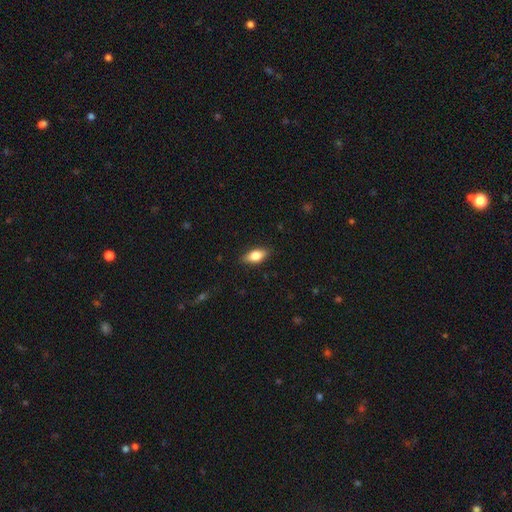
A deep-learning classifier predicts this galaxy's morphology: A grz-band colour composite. It shows a smooth galaxy with no disk features (75%) that is in between round and cigar-shaped (84%). Merging: none (87%).